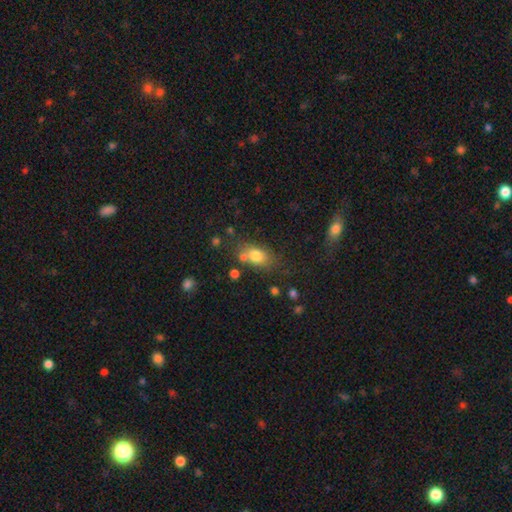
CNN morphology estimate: Smooth or featured?
  - smooth: 77% *
  - featured or disk: 12%
  - star or artifact: 11%
How rounded?
  - in between: 73% *
  - round: 24%
  - cigar-shaped: 3%
Merging?
  - none: 61% *
  - merger: 17%
  - minor disturbance: 17%
  - major disturbance: 6%